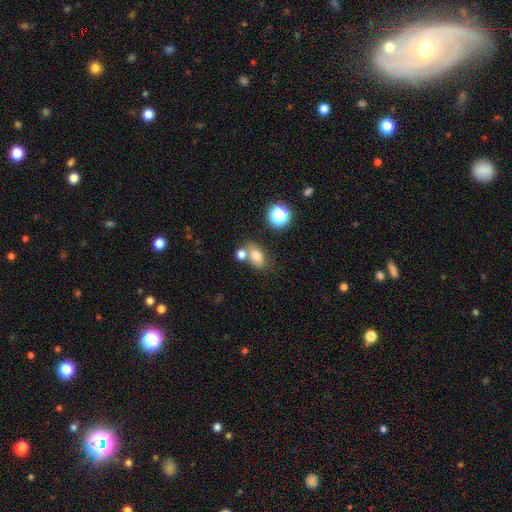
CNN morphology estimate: smooth_or_featured: smooth (p=0.75) [alt: star or artifact p=0.13]
how_rounded: in between (p=0.74) [alt: round p=0.24]
merging: none (p=0.52) [alt: merger p=0.30]